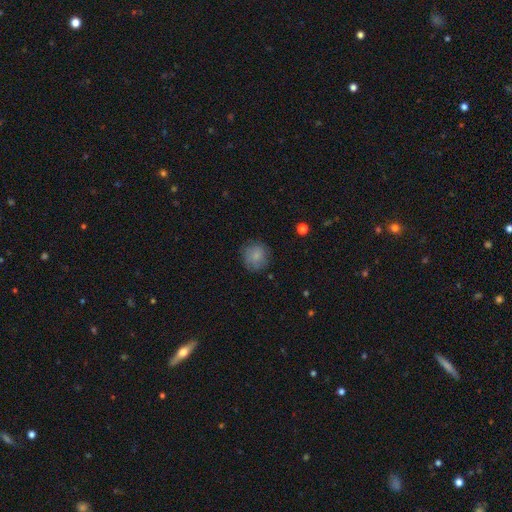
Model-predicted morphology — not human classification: smooth_or_featured: smooth (p=0.81) [alt: featured or disk p=0.11]
how_rounded: round (p=0.90) [alt: in between p=0.09]
merging: none (p=0.80) [alt: minor disturbance p=0.15]